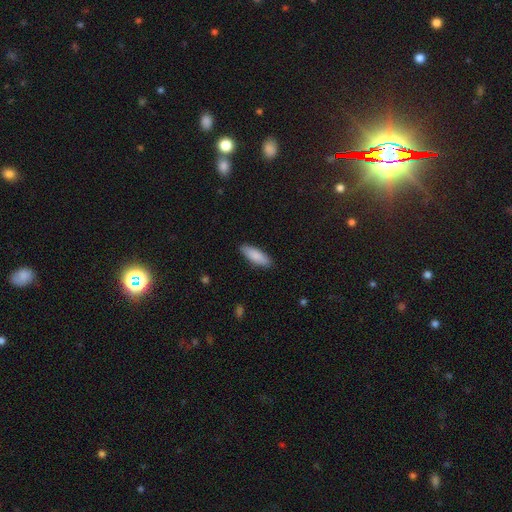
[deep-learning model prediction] This is clearly a smooth galaxy (86%). How rounded: likely in between (63%). Merging: clearly none (88%).